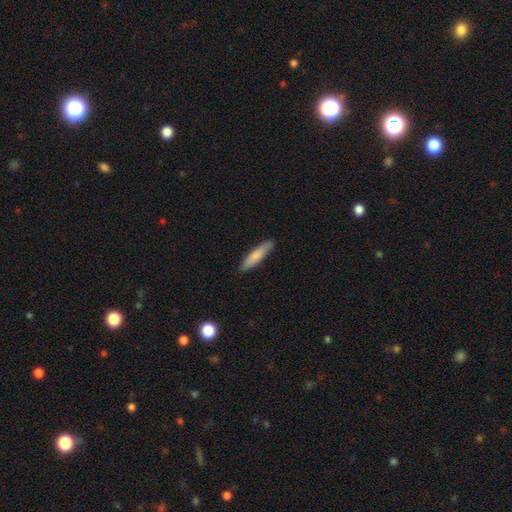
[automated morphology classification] The model was most divided on "smooth or featured": smooth: 81%, featured or disk: 14%, star or artifact: 5%. More confident: merging — none (88%); how rounded — cigar-shaped (84%).